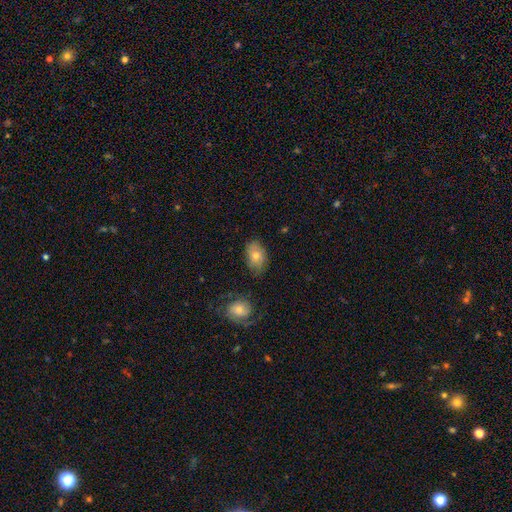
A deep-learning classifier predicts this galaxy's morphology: This is likely a smooth galaxy (65%). How rounded: clearly in between (84%). Merging: likely none (67%).